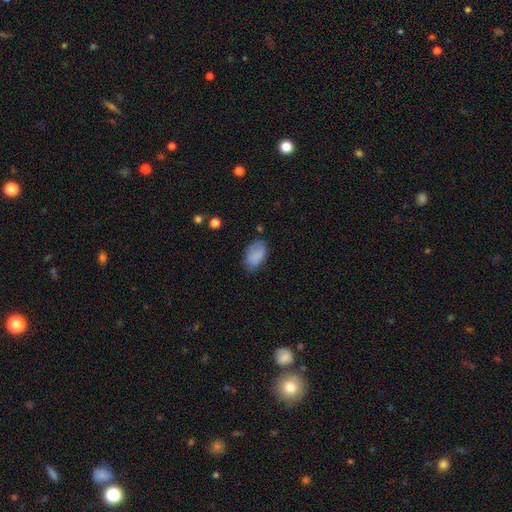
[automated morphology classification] smooth_or_featured: smooth (p=0.78) [alt: featured or disk p=0.13]
how_rounded: in between (p=0.91) [alt: round p=0.08]
merging: none (p=0.57) [alt: minor disturbance p=0.29]